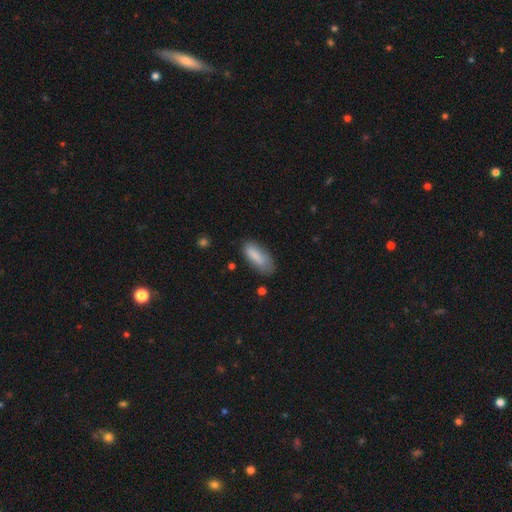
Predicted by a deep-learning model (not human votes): smooth 84%, featured or disk 9%, star or artifact 7%. Down the decision tree: how rounded — in between (71%); merging — none (65%).